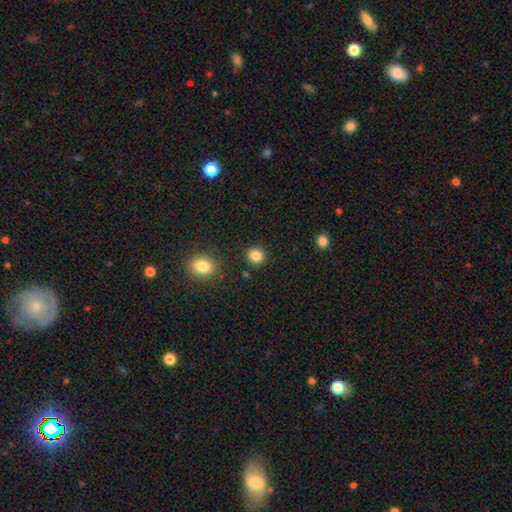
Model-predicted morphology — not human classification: This is clearly a smooth galaxy (85%). How rounded: clearly round (85%). Merging: clearly none (87%).